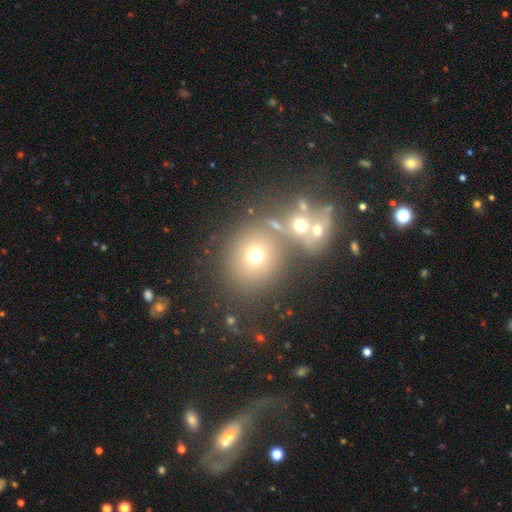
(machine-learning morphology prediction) A smooth galaxy with no disk features (67%) that is round (79%).

Vote fractions:
- Smooth or featured? smooth: 67% / star or artifact: 18% / featured or disk: 15%
- How rounded? round: 79% / in between: 20% / cigar-shaped: 1%
- Merging? none: 55% / merger: 29% / minor disturbance: 10% / major disturbance: 6%